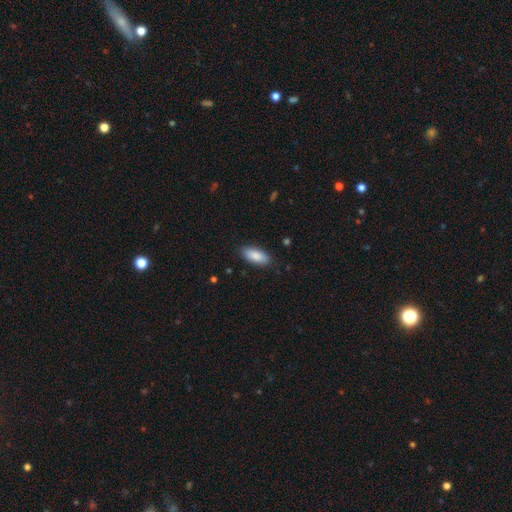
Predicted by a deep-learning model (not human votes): This is clearly a smooth galaxy (88%). How rounded: clearly in between (84%). Merging: clearly none (88%).